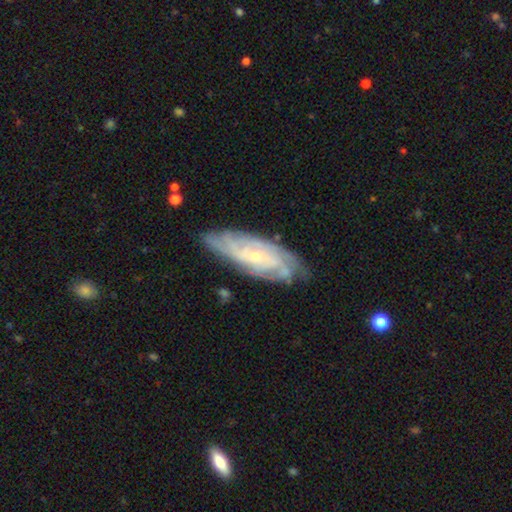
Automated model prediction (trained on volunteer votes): Smooth or featured? Predicted: featured or disk (p=0.82). Edge-on disk? Predicted: no (p=0.87). Bar? Predicted: no (p=0.71). Spiral arms? Predicted: yes (p=0.94). Spiral winding? Predicted: tight (p=0.69). Spiral arm count? Predicted: can't tell (p=0.42). Bulge size? Predicted: small (p=0.72). Merging? Predicted: none (p=0.77).